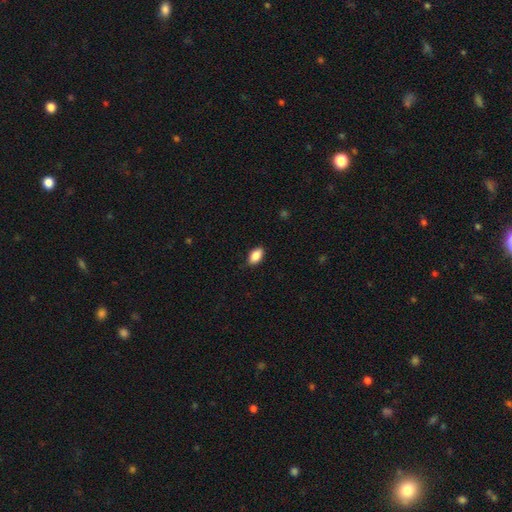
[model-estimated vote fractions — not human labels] Smooth or featured?
  - smooth: 87% *
  - star or artifact: 7%
  - featured or disk: 6%
How rounded?
  - in between: 92% *
  - round: 5%
  - cigar-shaped: 4%
Merging?
  - none: 87% *
  - minor disturbance: 10%
  - major disturbance: 2%
  - merger: 1%